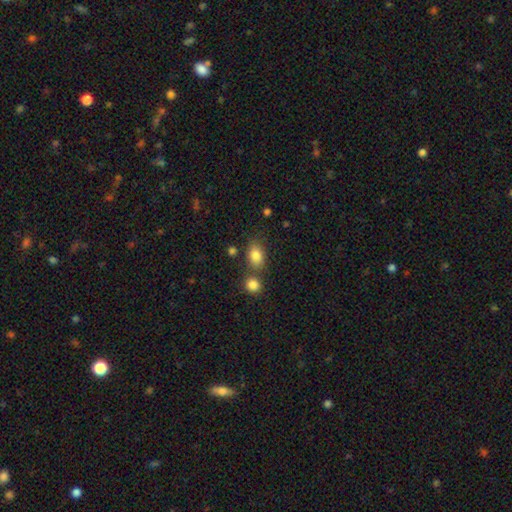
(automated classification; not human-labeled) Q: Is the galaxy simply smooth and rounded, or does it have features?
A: smooth — 83%.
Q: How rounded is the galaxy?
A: in between — 79%.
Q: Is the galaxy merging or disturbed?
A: none — 63%.